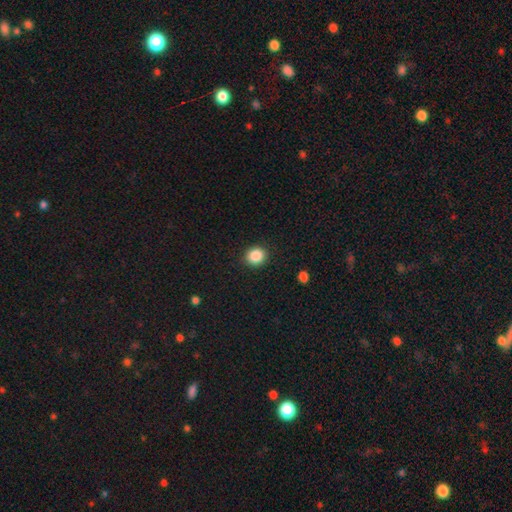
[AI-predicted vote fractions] A smooth galaxy with no disk features (88%) that is round (79%).

Vote fractions:
- Smooth or featured? smooth: 88% / star or artifact: 9% / featured or disk: 3%
- How rounded? round: 79% / in between: 20% / cigar-shaped: 1%
- Merging? none: 90% / minor disturbance: 7% / major disturbance: 2% / merger: 1%